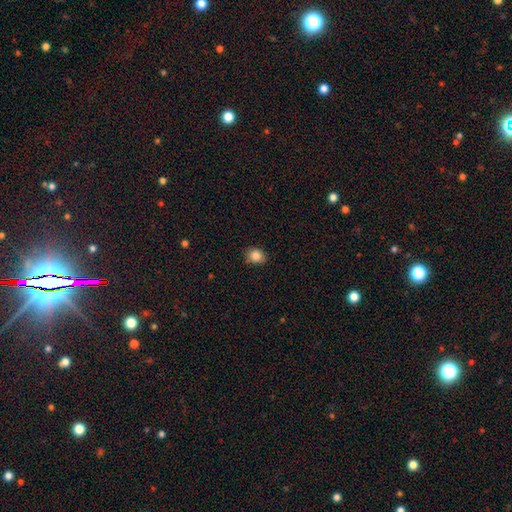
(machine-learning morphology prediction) Smooth or featured: smooth — 85% (star or artifact — 10%)
How rounded: round — 53% (in between — 46%)
Merging: none — 84% (minor disturbance — 12%)